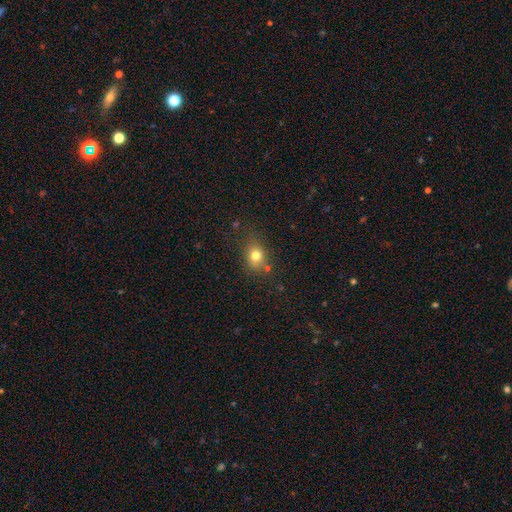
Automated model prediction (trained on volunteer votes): smooth 76%, star or artifact 14%, featured or disk 10%. Down the decision tree: how rounded — round (59%); merging — none (73%).